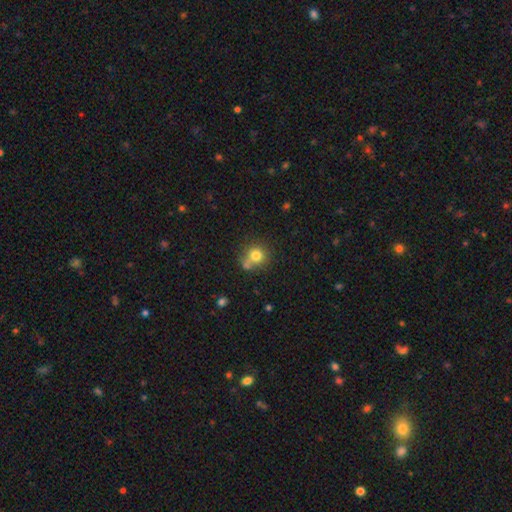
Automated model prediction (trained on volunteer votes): Overall: smooth (77%). How rounded: round (88%). Merging: none (58%; merger 24%).